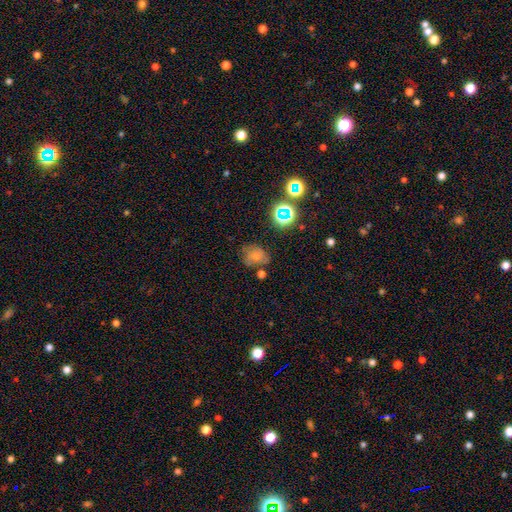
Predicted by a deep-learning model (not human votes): smooth 61%, star or artifact 20%, featured or disk 19%. Down the decision tree: how rounded — round (55%); merging — none (54%).